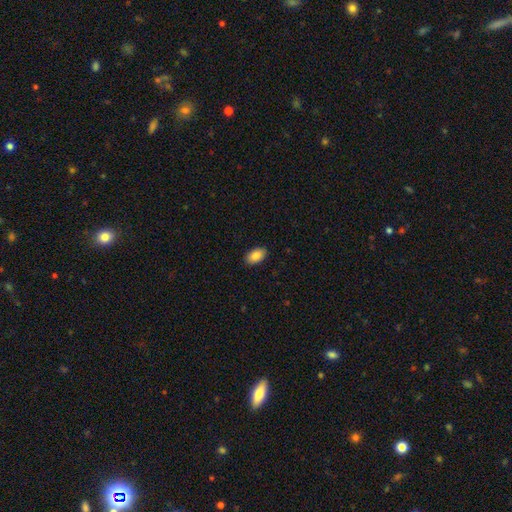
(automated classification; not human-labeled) A smooth galaxy with no disk features (86%) that is in between round and cigar-shaped (93%).

Vote fractions:
- Smooth or featured? smooth: 86% / star or artifact: 7% / featured or disk: 7%
- How rounded? in between: 93% / round: 5% / cigar-shaped: 2%
- Merging? none: 89% / minor disturbance: 8% / major disturbance: 2% / merger: 1%